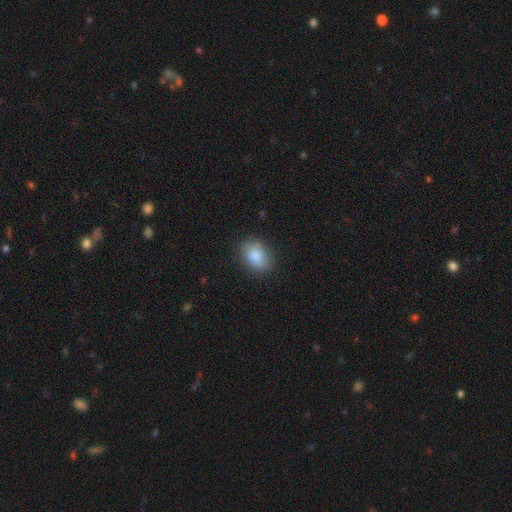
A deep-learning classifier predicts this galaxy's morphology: smooth_or_featured: smooth (p=0.87) [alt: star or artifact p=0.07]
how_rounded: in between (p=0.75) [alt: round p=0.24]
merging: none (p=0.84) [alt: minor disturbance p=0.12]